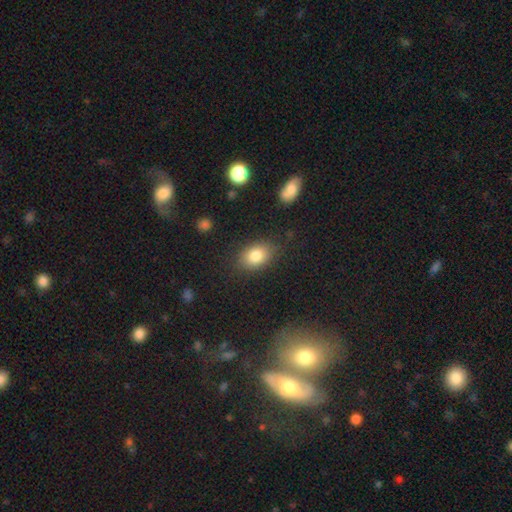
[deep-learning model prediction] smooth-or-featured: smooth: 81% | star or artifact: 10% | featured or disk: 9%
  how-rounded: in between: 78% | round: 20% | cigar-shaped: 1%
  merging: none: 82% | minor disturbance: 12% | major disturbance: 4% | merger: 2%